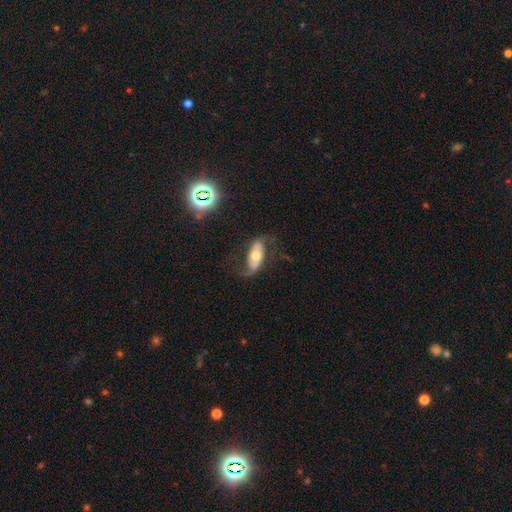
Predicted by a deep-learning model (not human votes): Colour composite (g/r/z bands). It shows a featured or disk galaxy (66%) with no bar (54%), spiral arms (84%) and a moderate central bulge (67%). Merging: none (61%).